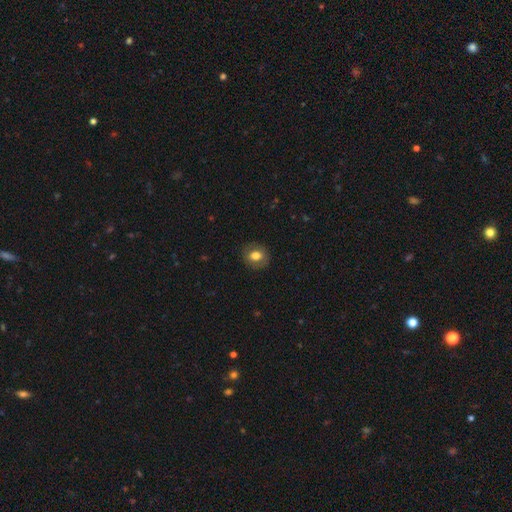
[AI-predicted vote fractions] Morphology: type=smooth (71%); roundness=round (69%); merging=none (86%).